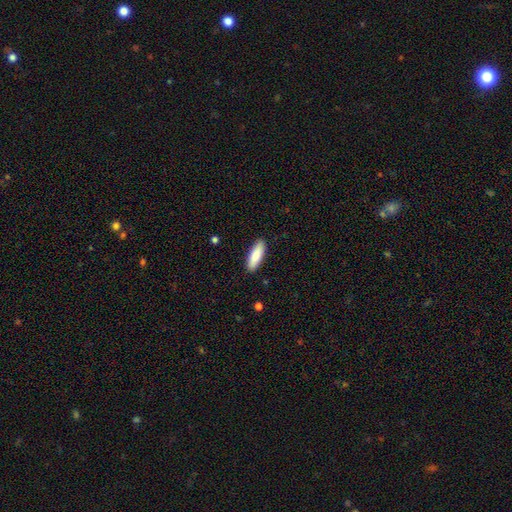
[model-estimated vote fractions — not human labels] Q: Smooth or featured?
A: smooth (86%); runner-up: featured or disk (9%)
Q: How rounded?
A: in between (65%); runner-up: cigar-shaped (33%)
Q: Merging?
A: none (89%); runner-up: minor disturbance (8%)